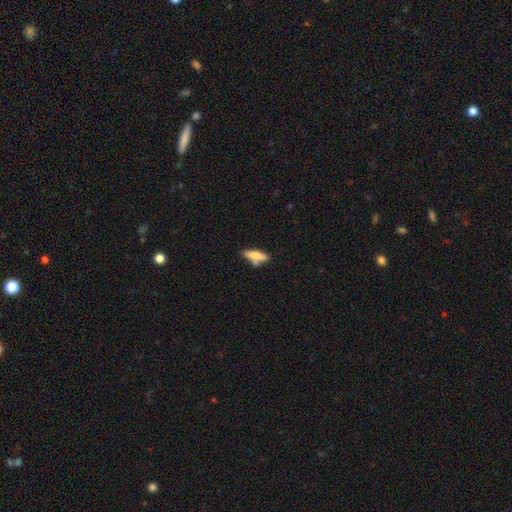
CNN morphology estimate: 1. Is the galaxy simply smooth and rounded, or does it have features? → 67% smooth, 26% featured or disk, 7% star or artifact.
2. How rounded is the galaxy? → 61% cigar-shaped, 37% in between, 2% round.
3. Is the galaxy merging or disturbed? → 58% none, 19% minor disturbance, 18% merger, 6% major disturbance.